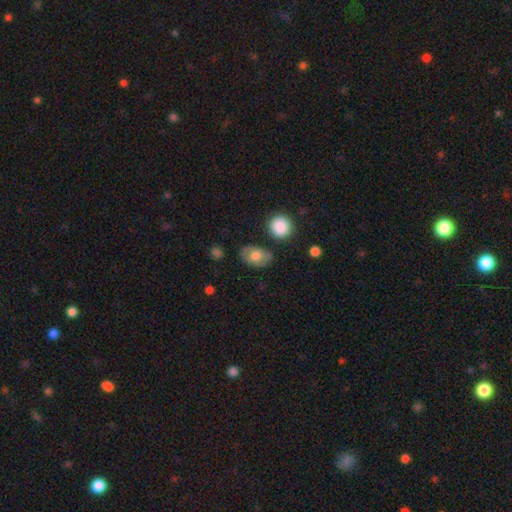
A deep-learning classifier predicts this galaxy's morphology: Q: Smooth or featured?
A: smooth (67%); runner-up: featured or disk (26%)
Q: How rounded?
A: in between (83%); runner-up: round (15%)
Q: Merging?
A: none (76%); runner-up: minor disturbance (15%)